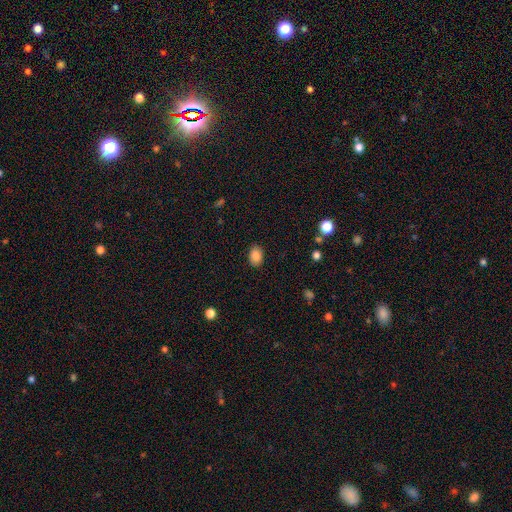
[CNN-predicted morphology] Q: Smooth or featured?
A: smooth (86%); runner-up: star or artifact (9%)
Q: How rounded?
A: in between (77%); runner-up: round (22%)
Q: Merging?
A: none (88%); runner-up: minor disturbance (9%)